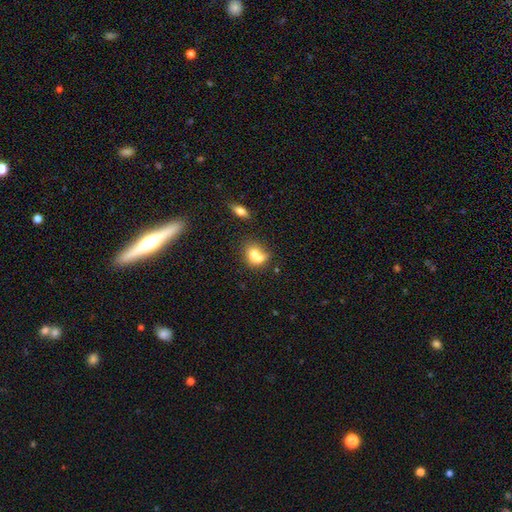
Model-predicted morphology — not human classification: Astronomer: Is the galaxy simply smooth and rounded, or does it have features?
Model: smooth — 68%.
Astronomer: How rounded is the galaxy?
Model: round — 55% (runner-up: in between, 43%).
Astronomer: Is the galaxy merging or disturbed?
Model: merger — 63%.